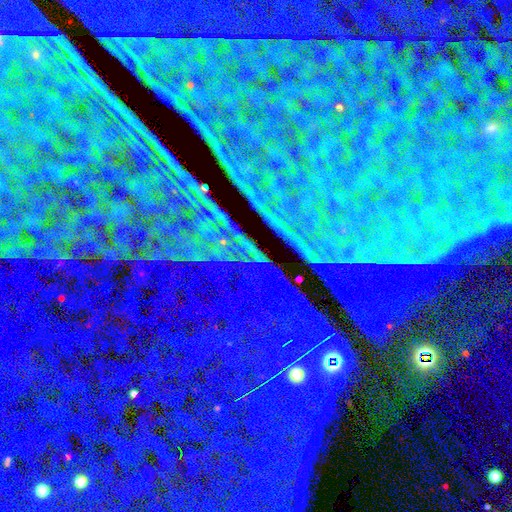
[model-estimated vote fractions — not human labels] This appears to be a star or artifact, not a galaxy (88%).